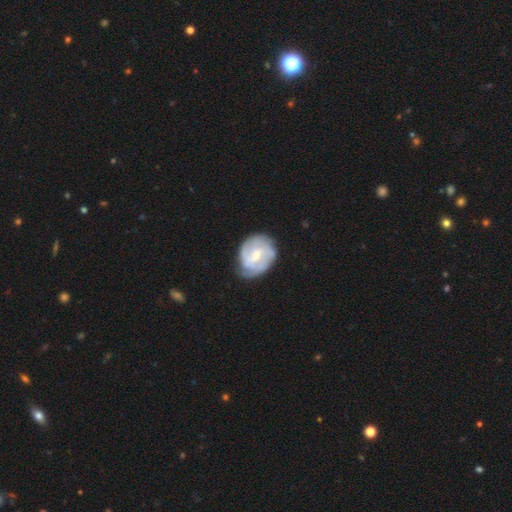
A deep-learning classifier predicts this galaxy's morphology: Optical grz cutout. It shows a featured or disk galaxy (75%) with a weak bar (57%), 2 (45%) tight (47%) spiral arms (89%) and a small central bulge (54%). Merging: none (64%).